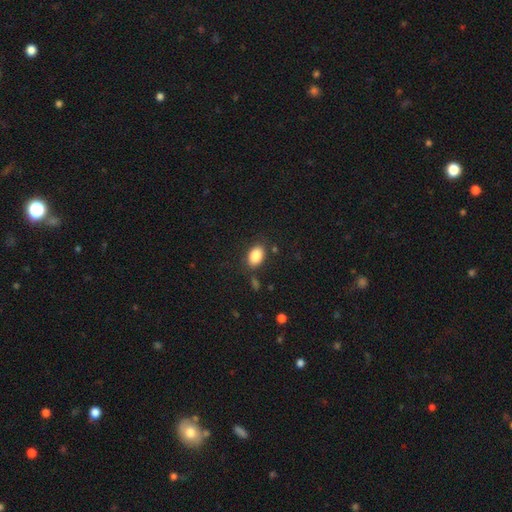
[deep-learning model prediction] Smooth or featured? smooth (86%)
How rounded? in between (88%)
Merging? none (81%)